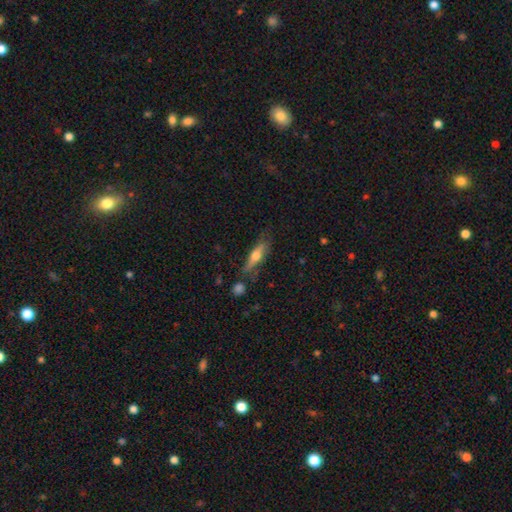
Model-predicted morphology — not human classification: Overall: featured or disk (49%; smooth 45%). Merging: none (70%).